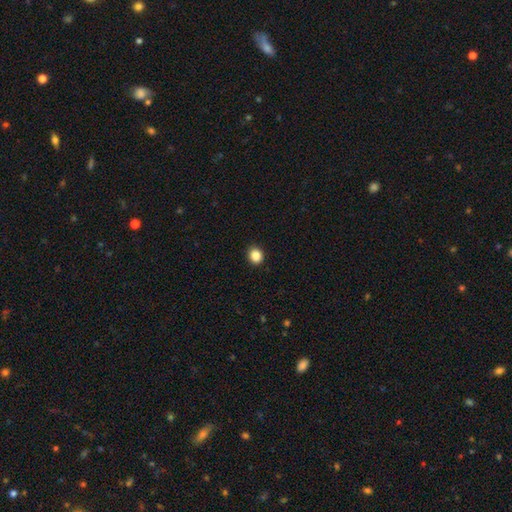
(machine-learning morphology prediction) Smooth or featured: smooth — 86% (star or artifact — 10%)
How rounded: round — 75% (in between — 24%)
Merging: none — 92% (minor disturbance — 6%)